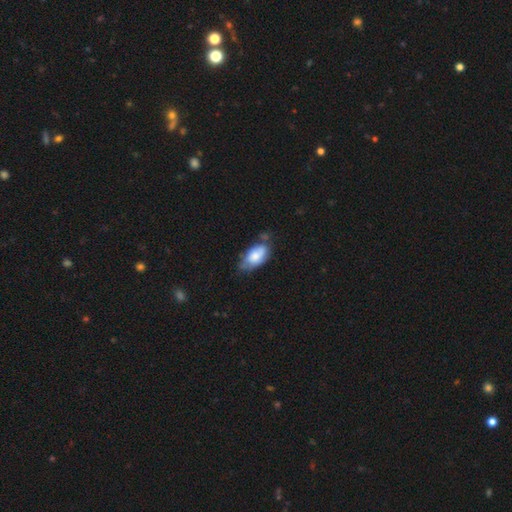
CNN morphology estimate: smooth 73%, featured or disk 20%, star or artifact 7%. Down the decision tree: how rounded — in between (92%); merging — none (47%).